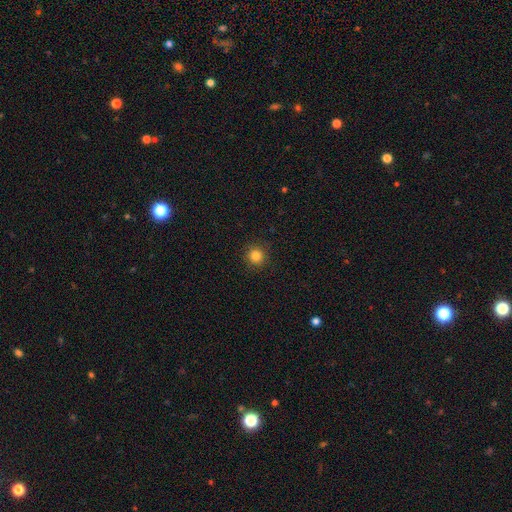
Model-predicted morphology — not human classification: A smooth galaxy with no disk features (84%) that is round (95%). Merging: none (91%).